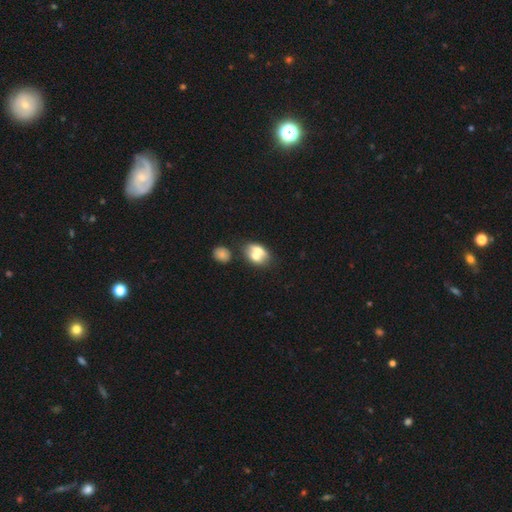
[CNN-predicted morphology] A smooth galaxy with no disk features (62%) that is in between round and cigar-shaped (66%).

Vote fractions:
- Smooth or featured? smooth: 62% / featured or disk: 28% / star or artifact: 10%
- How rounded? in between: 66% / round: 31% / cigar-shaped: 3%
- Merging? merger: 53% / none: 32% / minor disturbance: 10% / major disturbance: 5%